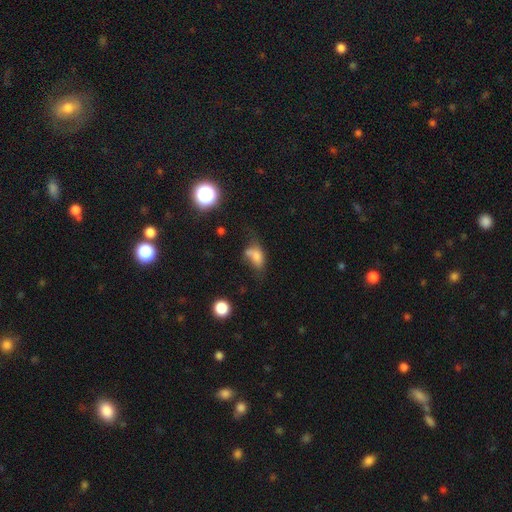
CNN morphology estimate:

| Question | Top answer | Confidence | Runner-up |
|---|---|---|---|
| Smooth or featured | smooth | 67% | featured or disk (19%) |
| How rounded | in between | 82% | round (14%) |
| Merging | none | 27% | tied: major disturbance (27%) |